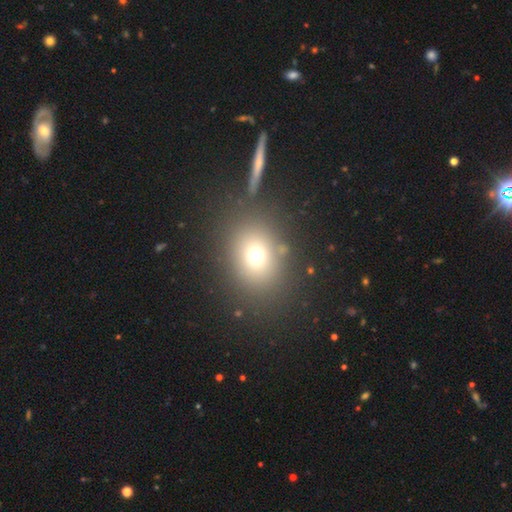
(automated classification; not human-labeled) Morphology: type=smooth (70%); roundness=round (57%); merging=none (77%).